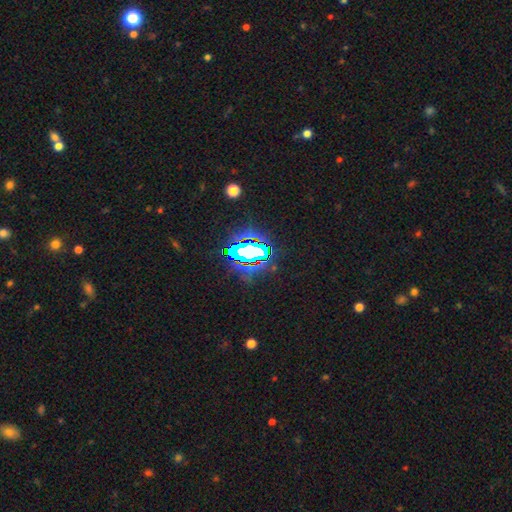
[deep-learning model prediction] Smooth or featured? star or artifact (69%)